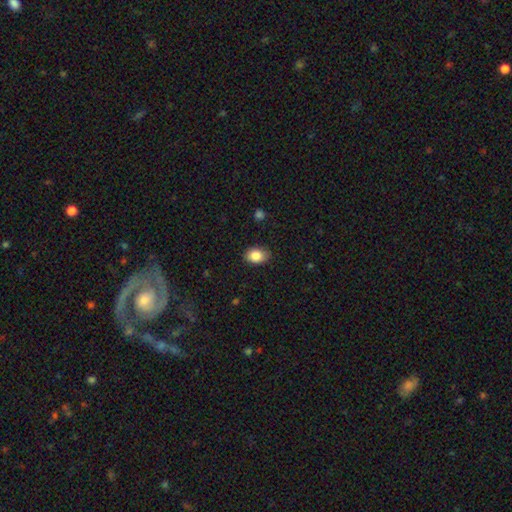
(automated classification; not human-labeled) Smooth or featured? Predicted: smooth (p=0.85). How rounded? Predicted: in between (p=0.73). Merging? Predicted: none (p=0.86).